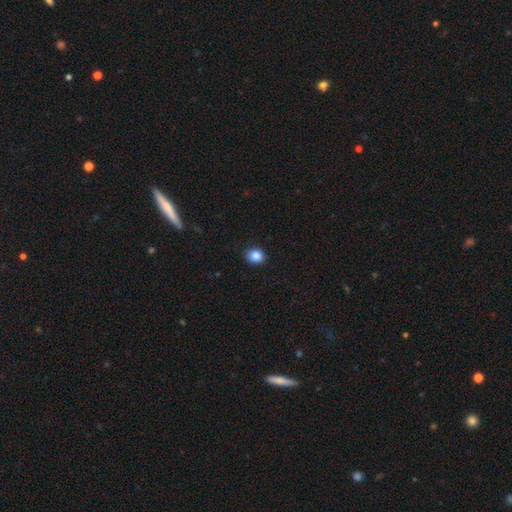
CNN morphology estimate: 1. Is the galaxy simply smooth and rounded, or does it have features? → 87% smooth, 10% star or artifact, 4% featured or disk.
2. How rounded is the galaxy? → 67% round, 32% in between, 1% cigar-shaped.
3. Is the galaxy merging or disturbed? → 89% none, 8% minor disturbance, 2% major disturbance, 1% merger.